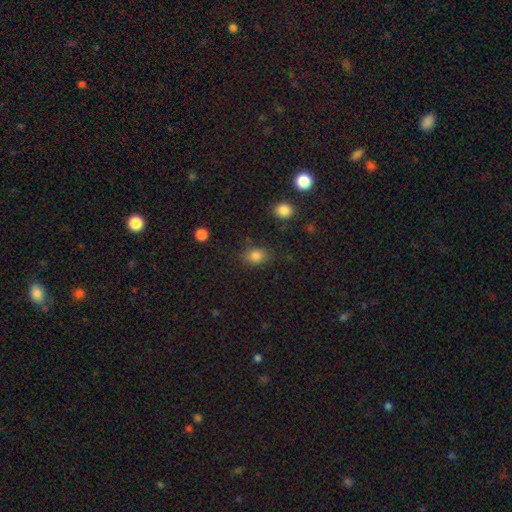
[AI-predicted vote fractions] Morphology: type=smooth (84%); roundness=in between (59%); merging=none (79%).